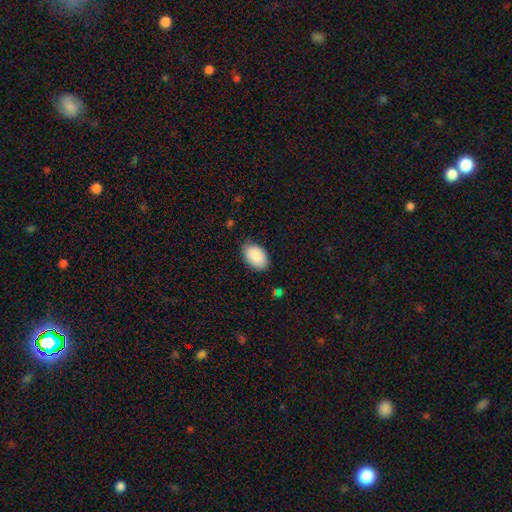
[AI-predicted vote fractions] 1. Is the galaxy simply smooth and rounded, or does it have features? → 90% smooth, 6% star or artifact, 4% featured or disk.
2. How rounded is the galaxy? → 91% in between, 8% round, 1% cigar-shaped.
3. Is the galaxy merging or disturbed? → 81% none, 15% minor disturbance, 3% major disturbance, 1% merger.